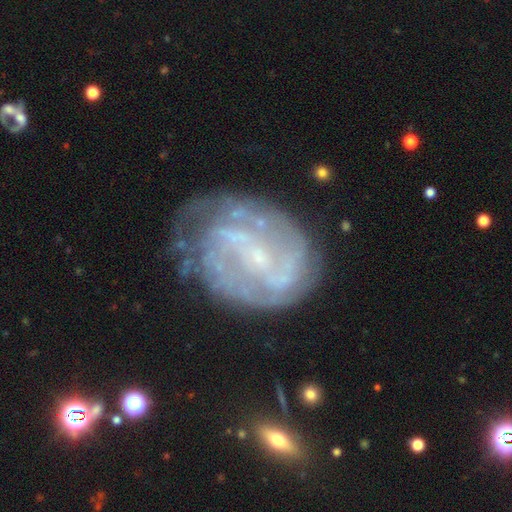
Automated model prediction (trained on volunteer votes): The model was most divided on "spiral arm count": 2: 36%, can't tell: 34%, 3: 12%, 4: 7%, 1: 5%, more than 4: 5%. Remaining: edge-on disk — no (97%); spiral arms — yes (89%); smooth or featured — featured or disk (83%); bulge size — small (80%); merging — none (63%); spiral winding — tight (48%); bar — weak (44%).